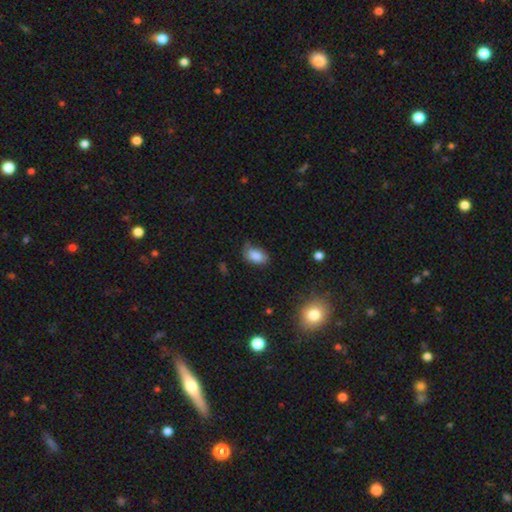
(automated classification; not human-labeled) A smooth galaxy with no disk features (84%) that is in between round and cigar-shaped (91%). Merging: none (59%).